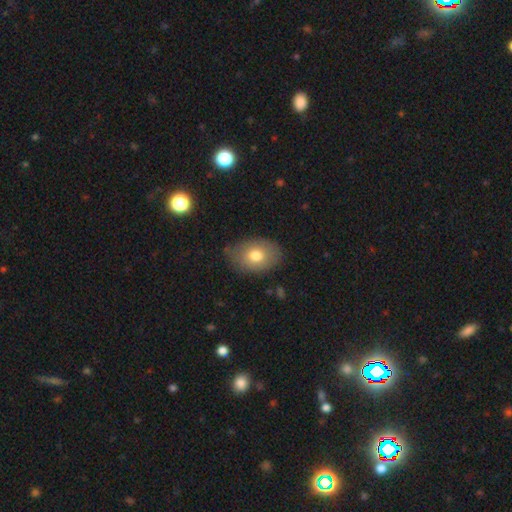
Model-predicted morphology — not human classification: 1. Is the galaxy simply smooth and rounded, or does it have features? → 75% smooth, 17% featured or disk, 8% star or artifact.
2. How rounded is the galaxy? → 79% in between, 19% round, 1% cigar-shaped.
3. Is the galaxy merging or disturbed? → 75% none, 19% minor disturbance, 4% major disturbance, 1% merger.